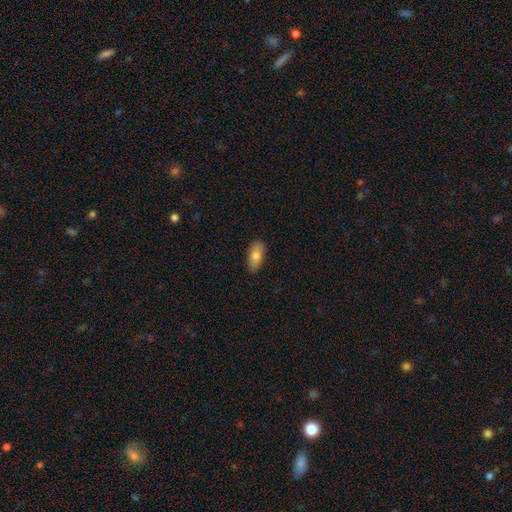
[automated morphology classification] Smooth or featured? smooth (83%)
How rounded? in between (90%)
Merging? none (87%)